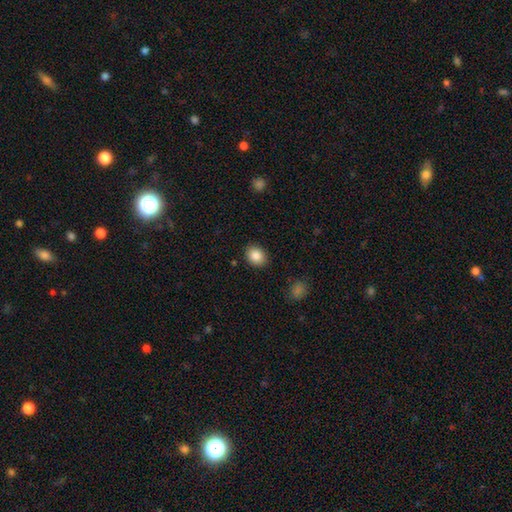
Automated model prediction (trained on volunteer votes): Smooth or featured? smooth (86%)
How rounded? round (54%)
Merging? none (88%)